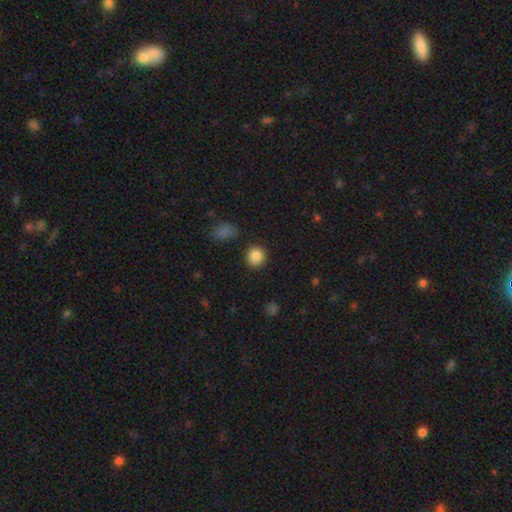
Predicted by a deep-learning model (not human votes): Smooth or featured: smooth — 86% (star or artifact — 9%)
How rounded: round — 88% (in between — 11%)
Merging: none — 87% (minor disturbance — 8%)